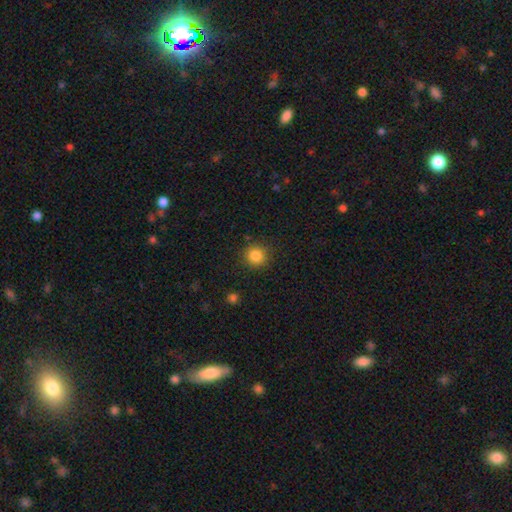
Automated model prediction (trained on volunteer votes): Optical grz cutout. It shows a smooth galaxy with no disk features (85%) that is round (92%). Merging: none (89%).